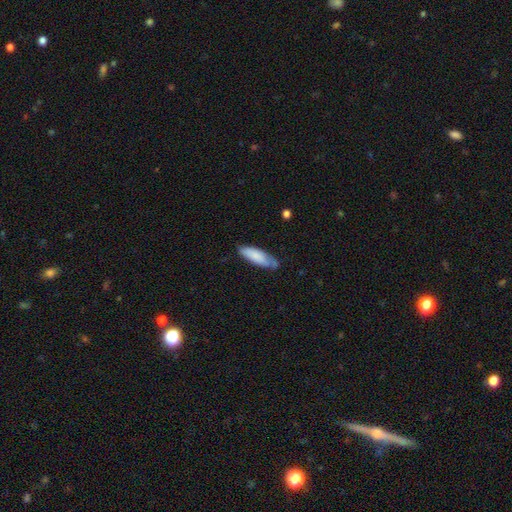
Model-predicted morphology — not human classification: A smooth galaxy with no disk features (79%) that is in between round and cigar-shaped (50%). Merging: none (60%).